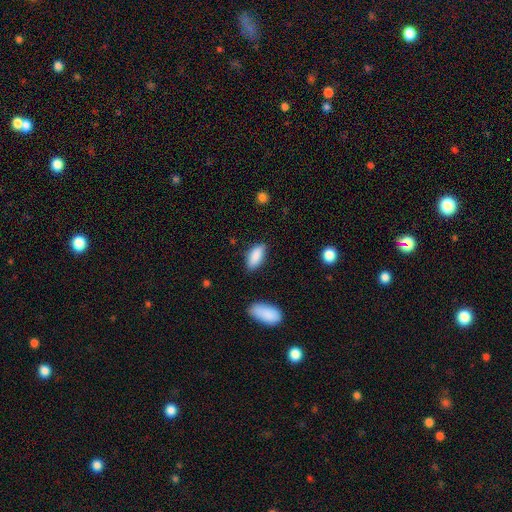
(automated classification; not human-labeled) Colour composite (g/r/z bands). It shows a smooth galaxy with no disk features (87%) that is in between round and cigar-shaped (82%). Merging: none (80%).